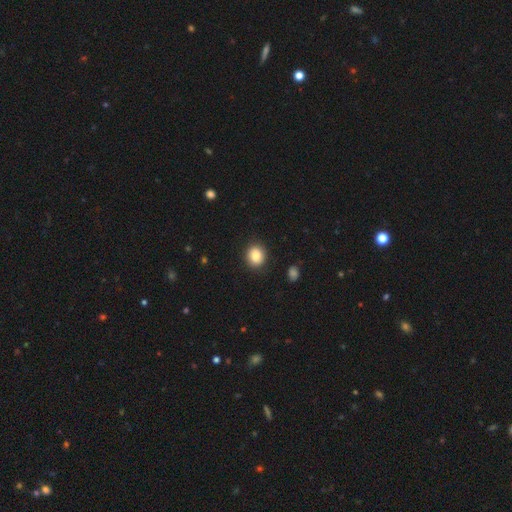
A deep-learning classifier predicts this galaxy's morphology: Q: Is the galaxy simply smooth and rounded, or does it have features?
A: smooth — 86%.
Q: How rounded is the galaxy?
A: round — 64%.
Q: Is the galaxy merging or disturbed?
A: none — 87%.